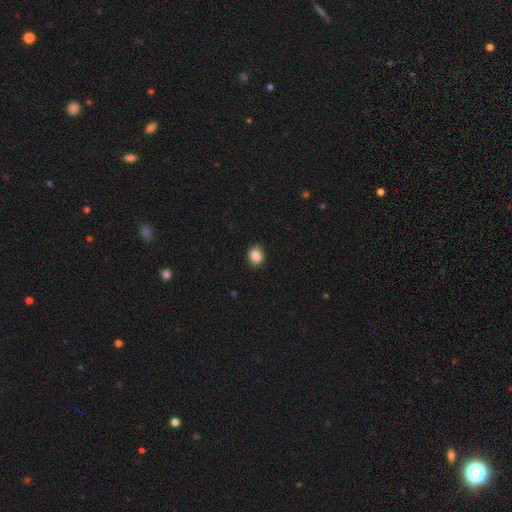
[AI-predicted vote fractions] Morphology: type=smooth (86%); roundness=round (58%); merging=none (89%).